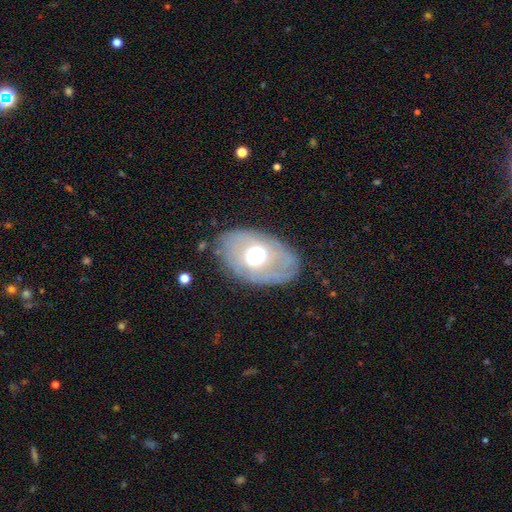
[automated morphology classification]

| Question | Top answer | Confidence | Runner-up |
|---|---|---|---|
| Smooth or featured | featured or disk | 54% | smooth (39%) |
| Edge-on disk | no | 91% | yes (9%) |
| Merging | none | 76% | minor disturbance (16%) |